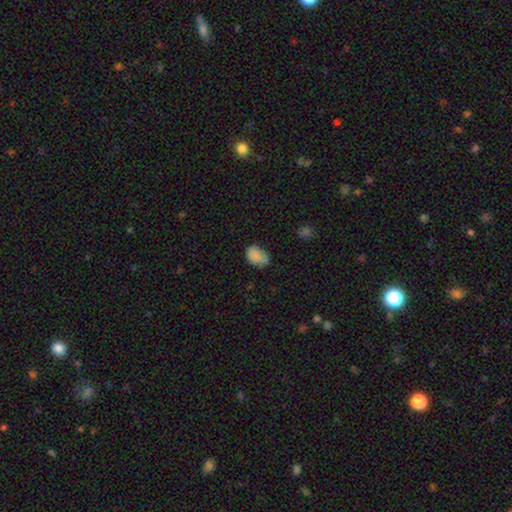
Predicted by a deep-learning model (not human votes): smooth_or_featured: smooth (p=0.83) [alt: star or artifact p=0.10]
how_rounded: in between (p=0.77) [alt: round p=0.22]
merging: none (p=0.53) [alt: minor disturbance p=0.35]